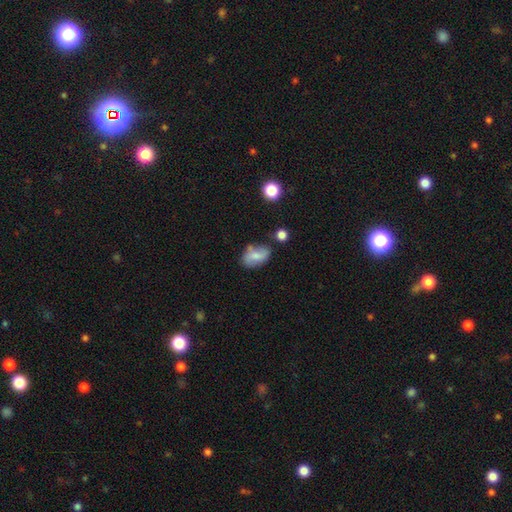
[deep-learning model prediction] This appears to be a smooth galaxy with no disk features (65%) that is in between round and cigar-shaped (88%). Merging: none (58%).